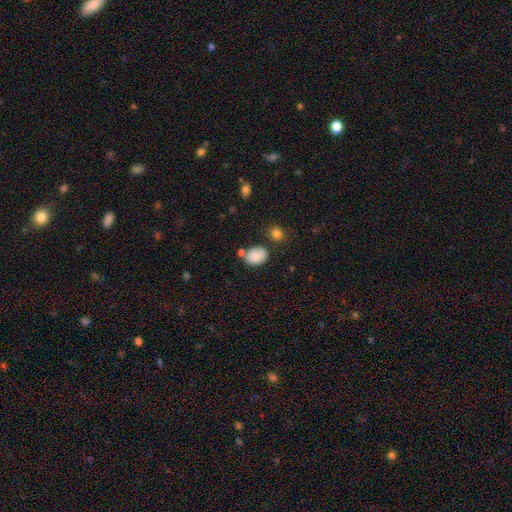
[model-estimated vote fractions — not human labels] Overall: smooth (87%). How rounded: in between (71%). Merging: none (65%).